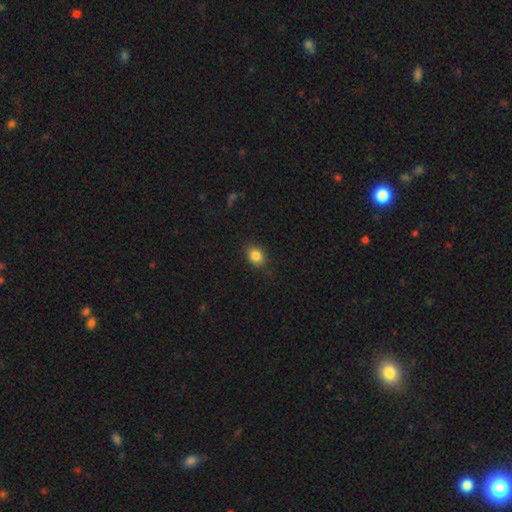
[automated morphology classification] This appears to be a smooth galaxy with no disk features (84%) that is in between round and cigar-shaped (54%). Merging: none (86%).